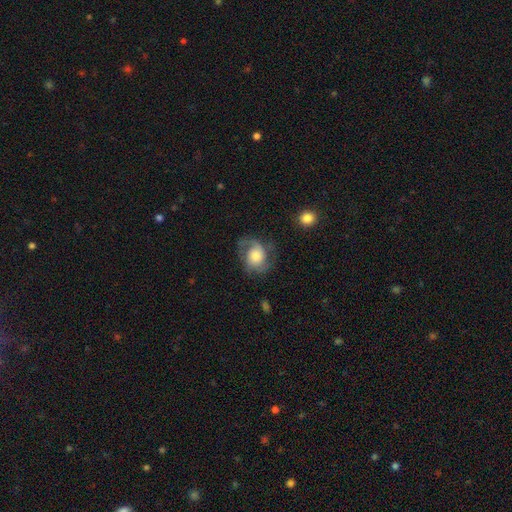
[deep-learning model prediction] Overall: featured or disk (70%). Edge-on disk: no (98%). Bar: no (74%). Spiral arms: yes (93%). Spiral arm count: 2 (68%). Spiral winding: medium (48%; tight 28%). Bulge size: moderate (40%; large 32%). Merging: none (63%).